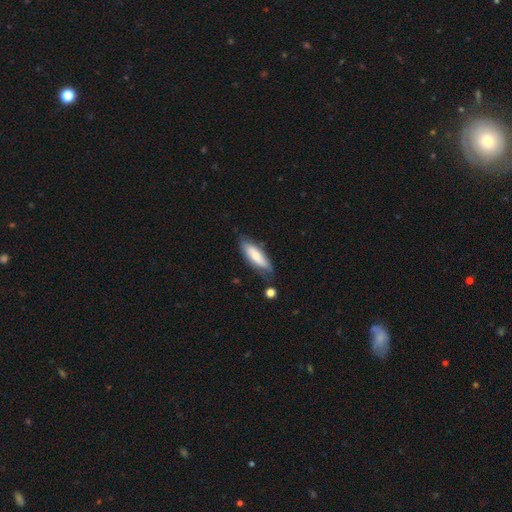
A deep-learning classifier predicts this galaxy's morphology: Overall: smooth (63%; featured or disk 31%). How rounded: in between (57%; cigar-shaped 41%). Merging: none (67%).